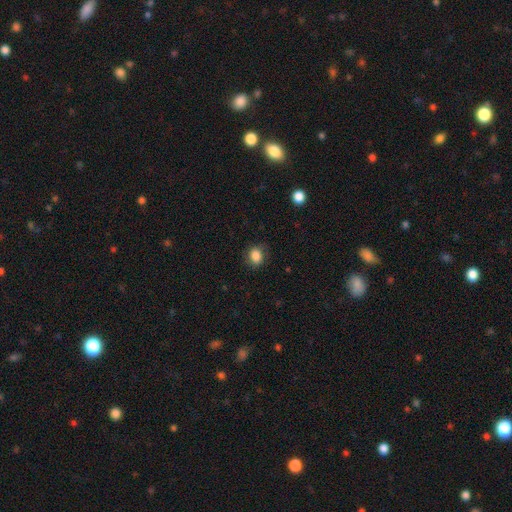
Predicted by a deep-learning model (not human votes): smooth 86%, star or artifact 9%, featured or disk 5%. Down the decision tree: how rounded — in between (50%); merging — none (80%).